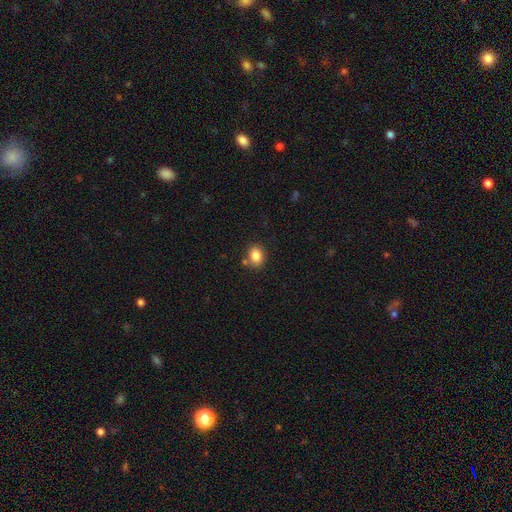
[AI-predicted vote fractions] A smooth galaxy with no disk features (84%) that is in between round and cigar-shaped (53%).

Vote fractions:
- Smooth or featured? smooth: 84% / star or artifact: 10% / featured or disk: 6%
- How rounded? in between: 53% / round: 46% / cigar-shaped: 1%
- Merging? none: 75% / minor disturbance: 12% / merger: 10% / major disturbance: 3%